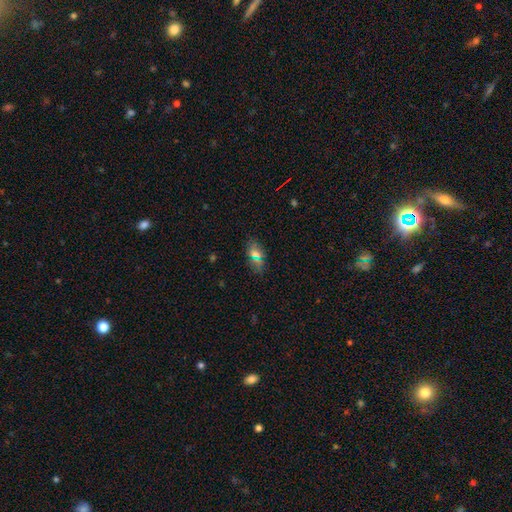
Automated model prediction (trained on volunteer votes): Smooth or featured? smooth (64%)
How rounded? in between (88%)
Merging? none (83%)